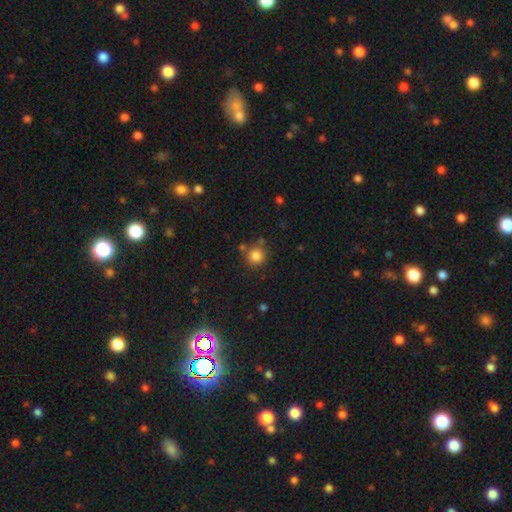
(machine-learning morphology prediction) Smooth or featured?
  - smooth: 83% *
  - star or artifact: 12%
  - featured or disk: 5%
How rounded?
  - round: 93% *
  - in between: 6%
  - cigar-shaped: 1%
Merging?
  - none: 78% *
  - minor disturbance: 10%
  - merger: 9%
  - major disturbance: 3%